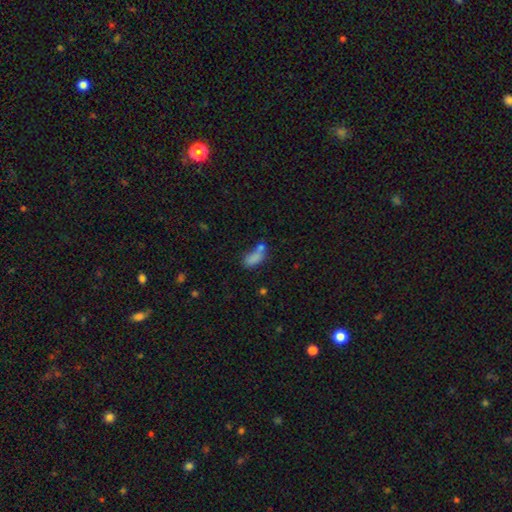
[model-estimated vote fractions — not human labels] smooth 77%, star or artifact 12%, featured or disk 11%. Down the decision tree: how rounded — in between (81%); merging — merger (40%).